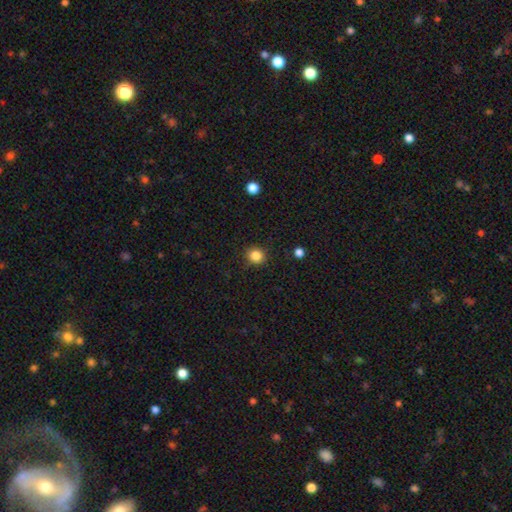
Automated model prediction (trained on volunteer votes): A smooth galaxy with no disk features (85%) that is round (85%). Merging: none (89%).